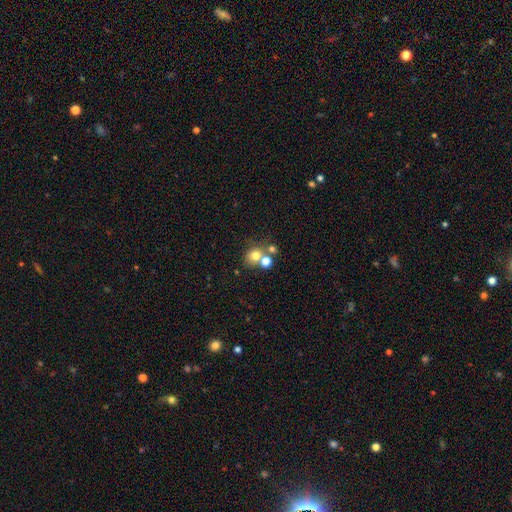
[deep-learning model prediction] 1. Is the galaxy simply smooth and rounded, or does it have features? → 70% smooth, 16% star or artifact, 14% featured or disk.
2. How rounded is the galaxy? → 72% round, 27% in between, 1% cigar-shaped.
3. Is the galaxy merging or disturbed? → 47% none, 39% merger, 9% minor disturbance, 5% major disturbance.